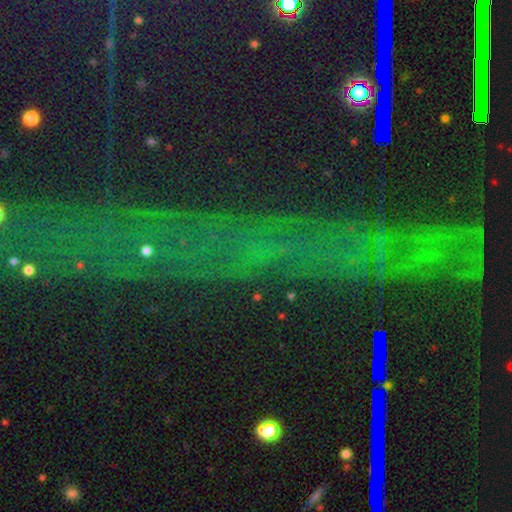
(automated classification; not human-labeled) Smooth or featured? star or artifact (78%)